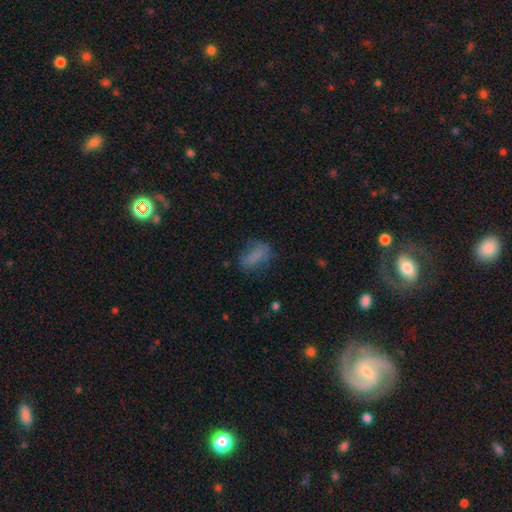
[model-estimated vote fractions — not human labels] Overall: smooth (71%). How rounded: in between (84%). Merging: none (57%; minor disturbance 24%).